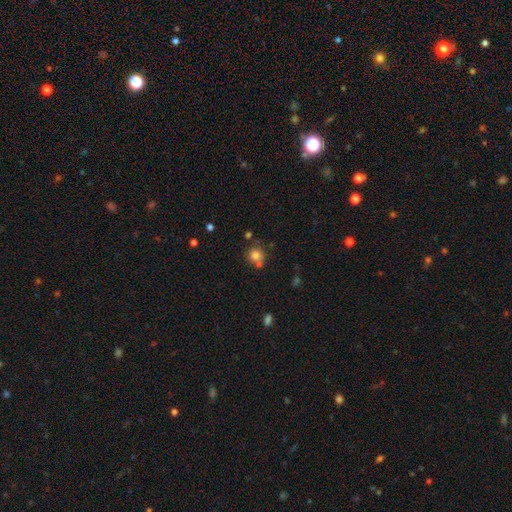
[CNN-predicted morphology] This appears to be a smooth galaxy with no disk features (80%) that is round (88%). Merging: none (63%).